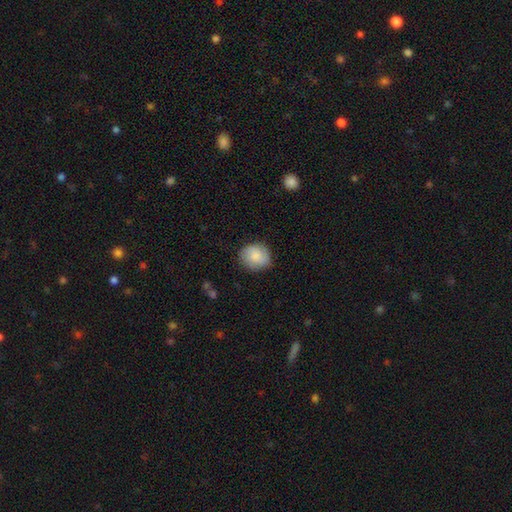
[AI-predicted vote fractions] Q: Smooth or featured?
A: smooth (80%); runner-up: featured or disk (13%)
Q: How rounded?
A: round (76%); runner-up: in between (23%)
Q: Merging?
A: none (80%); runner-up: minor disturbance (16%)